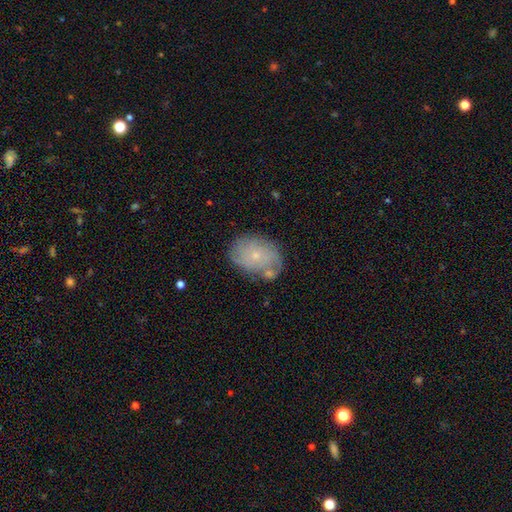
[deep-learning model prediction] smooth-or-featured: featured or disk: 48% | smooth: 43% | star or artifact: 9%
  merging: none: 61% | minor disturbance: 22% | merger: 9% | major disturbance: 8%